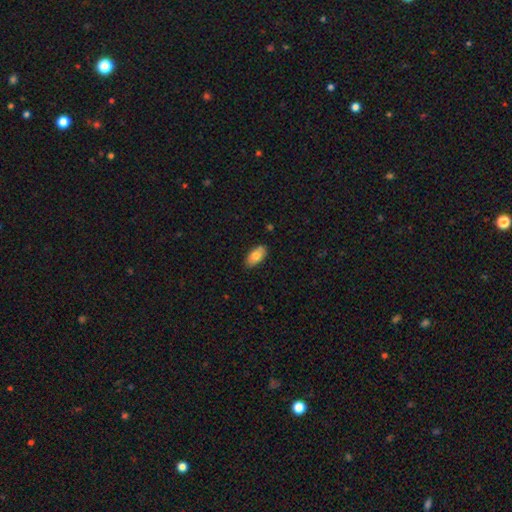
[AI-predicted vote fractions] Smooth or featured? smooth (78%)
How rounded? in between (92%)
Merging? none (82%)